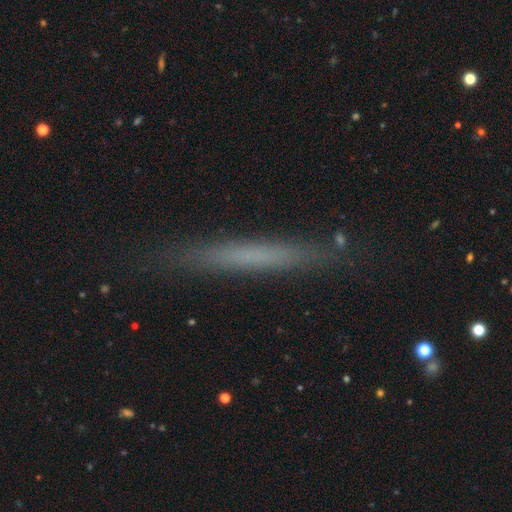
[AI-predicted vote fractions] Morphology: type=smooth (48%); merging=none (86%).